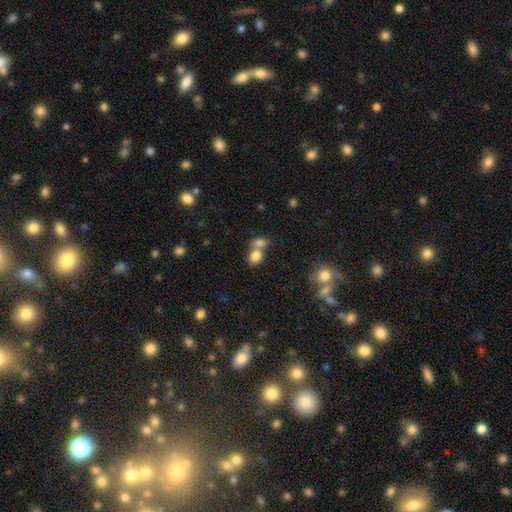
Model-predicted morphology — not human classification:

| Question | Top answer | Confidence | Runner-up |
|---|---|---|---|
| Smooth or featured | smooth | 81% | star or artifact (11%) |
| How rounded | round | 63% | in between (36%) |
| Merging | merger | 50% | none (38%) |